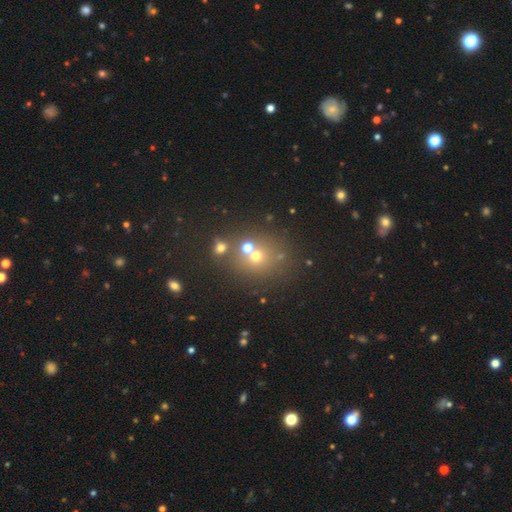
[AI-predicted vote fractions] A smooth galaxy with no disk features (57%) that is round (80%). Merging: none (59%).